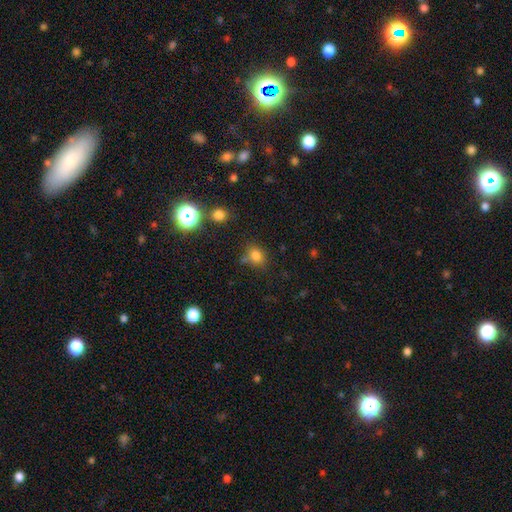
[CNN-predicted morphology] Smooth or featured: smooth — 78% (star or artifact — 15%)
How rounded: round — 58% (in between — 41%)
Merging: none — 65% (minor disturbance — 20%)